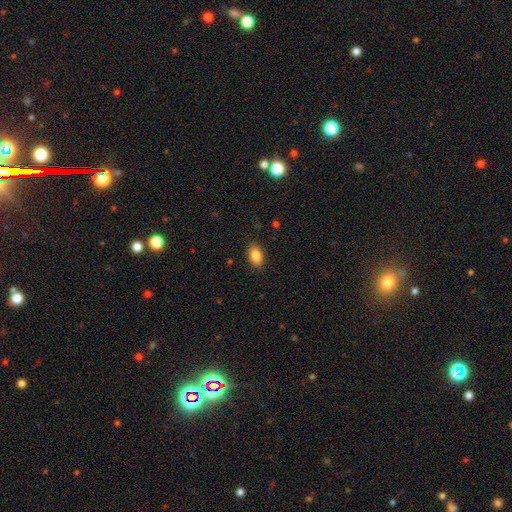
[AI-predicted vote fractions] Overall: smooth (86%). How rounded: in between (91%). Merging: none (87%).